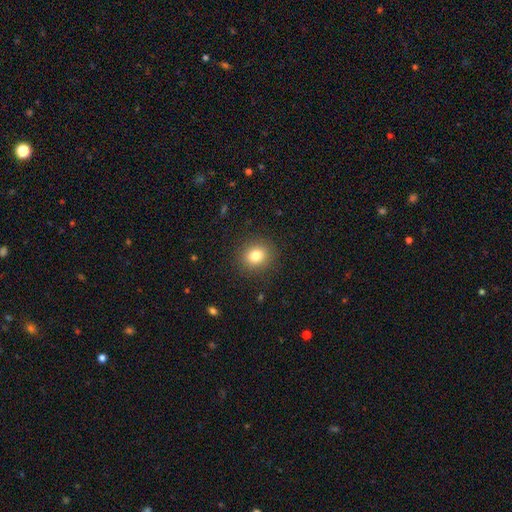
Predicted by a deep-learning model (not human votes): Overall: smooth (80%). How rounded: round (76%). Merging: none (89%).